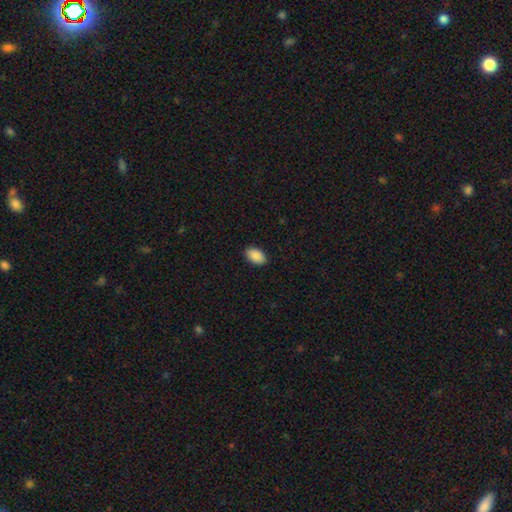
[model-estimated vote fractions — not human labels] smooth 90%, star or artifact 7%, featured or disk 3%. Down the decision tree: how rounded — in between (93%); merging — none (89%).